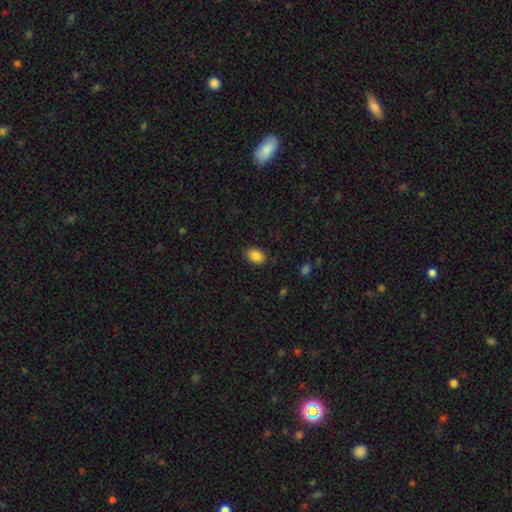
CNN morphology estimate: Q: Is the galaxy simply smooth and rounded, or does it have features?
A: smooth — 87%.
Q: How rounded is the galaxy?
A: in between — 76%.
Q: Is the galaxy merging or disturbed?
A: none — 85%.